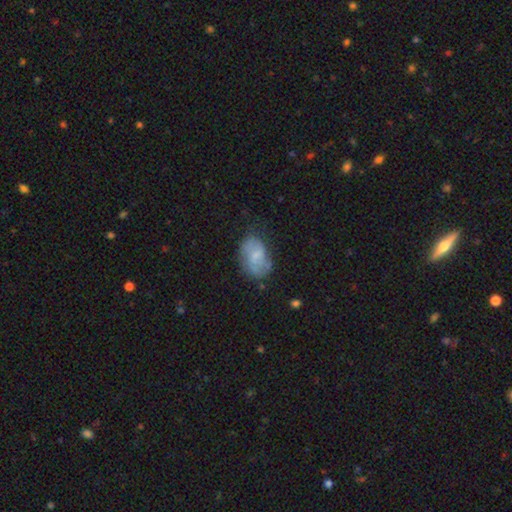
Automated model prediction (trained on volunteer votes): Overall: smooth (49%; featured or disk 43%). Merging: none (57%; minor disturbance 29%).